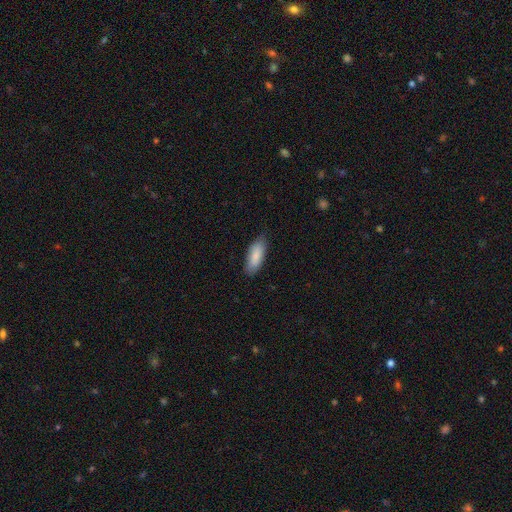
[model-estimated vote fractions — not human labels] Smooth or featured: smooth — 87% (featured or disk — 8%)
How rounded: in between — 74% (cigar-shaped — 24%)
Merging: none — 83% (minor disturbance — 14%)